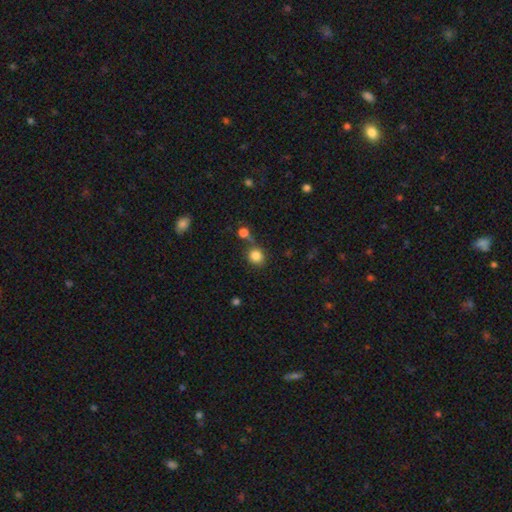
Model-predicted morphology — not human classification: The model was most divided on "merging": none: 63%, merger: 21%, minor disturbance: 11%, major disturbance: 5%. More confident: how rounded — round (84%); smooth or featured — smooth (83%).